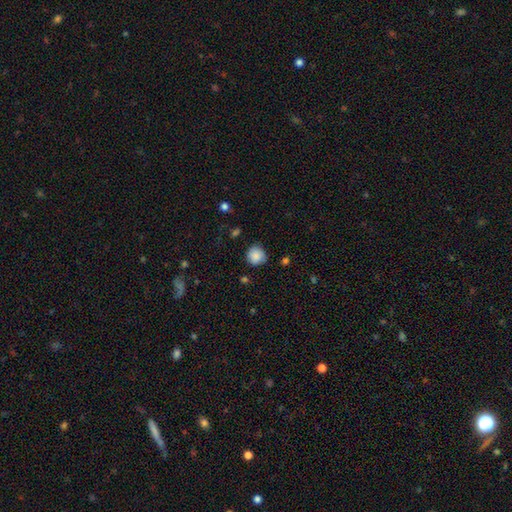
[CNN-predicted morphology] Overall: smooth (86%). How rounded: round (91%). Merging: none (77%).